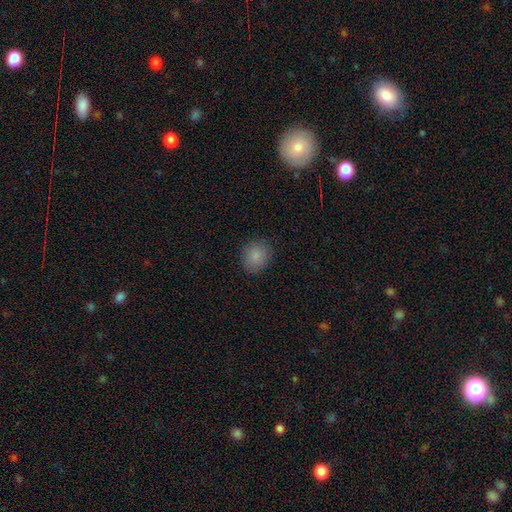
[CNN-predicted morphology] smooth 86%, star or artifact 9%, featured or disk 4%. Down the decision tree: how rounded — round (74%); merging — none (88%).